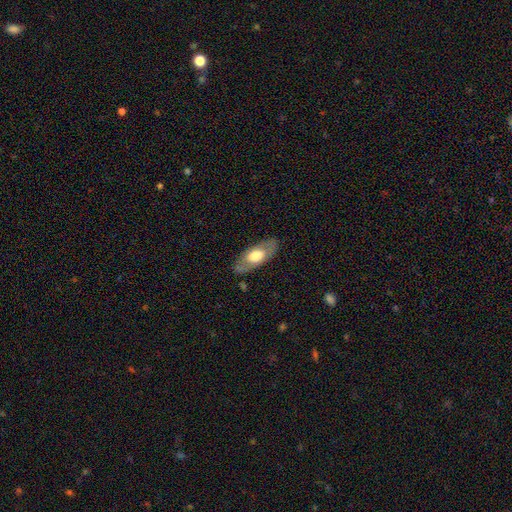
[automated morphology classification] Smooth or featured? smooth (52%)
How rounded? in between (85%)
Merging? none (81%)